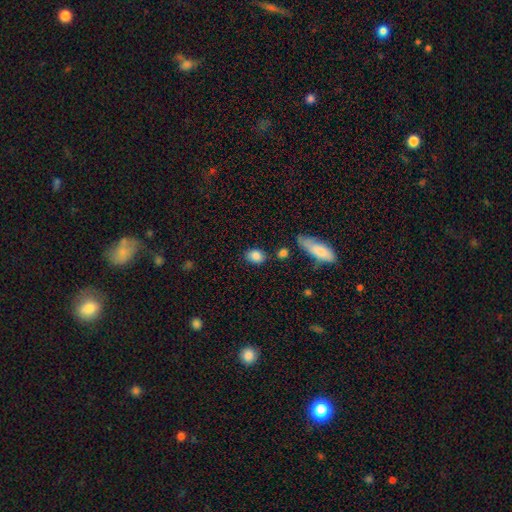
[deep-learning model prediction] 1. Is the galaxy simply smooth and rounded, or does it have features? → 85% smooth, 9% star or artifact, 6% featured or disk.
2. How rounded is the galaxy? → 57% in between, 40% round, 2% cigar-shaped.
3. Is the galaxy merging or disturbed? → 76% none, 14% minor disturbance, 7% merger, 4% major disturbance.